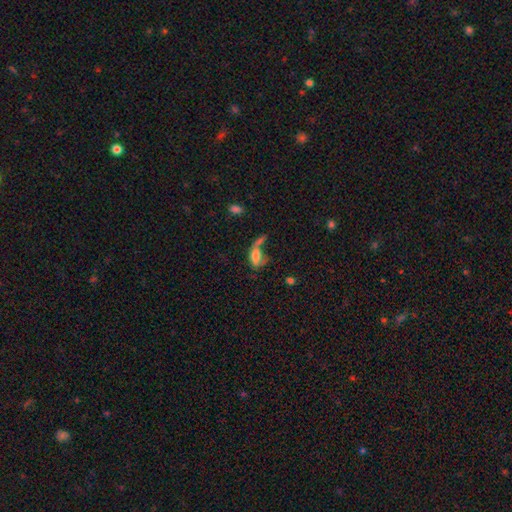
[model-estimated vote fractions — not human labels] Q: Smooth or featured?
A: smooth (64%); runner-up: featured or disk (24%)
Q: How rounded?
A: in between (83%); runner-up: cigar-shaped (10%)
Q: Merging?
A: major disturbance (32%); runner-up: merger (31%)